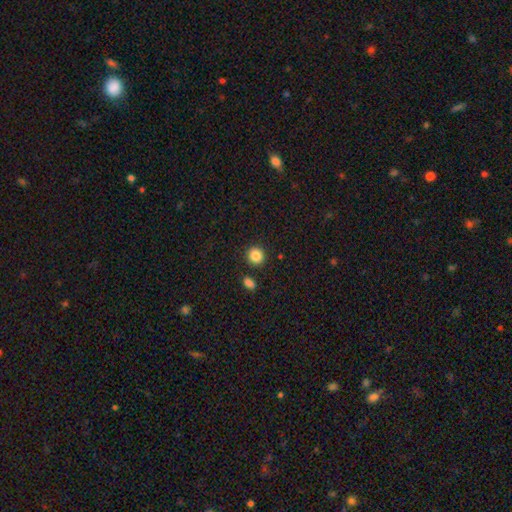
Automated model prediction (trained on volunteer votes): A smooth galaxy with no disk features (86%) that is round (90%). Merging: none (88%).